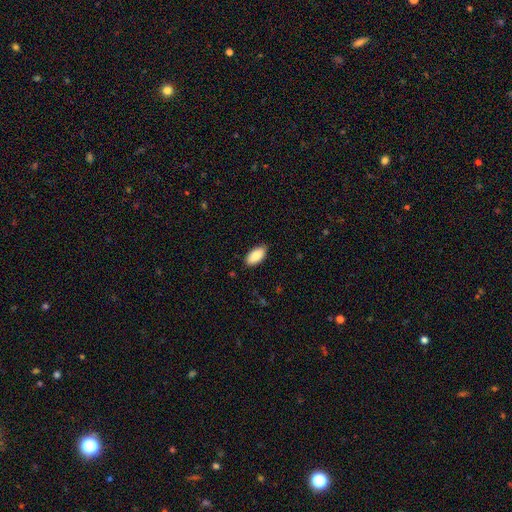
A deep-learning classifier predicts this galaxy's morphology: The model was most divided on "merging": none: 84%, minor disturbance: 13%, major disturbance: 2%, merger: 1%. More confident: how rounded — in between (94%); smooth or featured — smooth (89%).